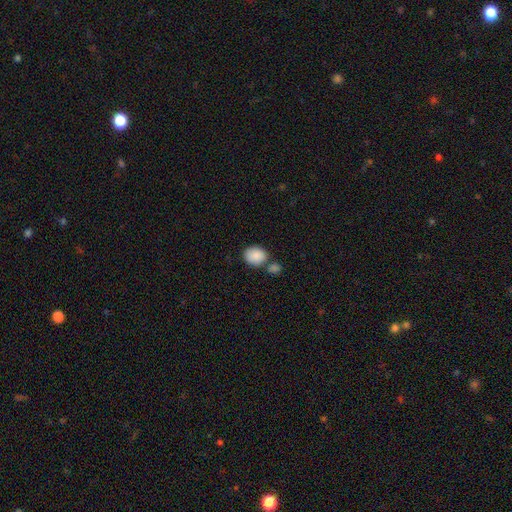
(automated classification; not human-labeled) smooth_or_featured: smooth (p=0.88) [alt: star or artifact p=0.07]
how_rounded: in between (p=0.50) [alt: round p=0.49]
merging: none (p=0.58) [alt: merger p=0.25]